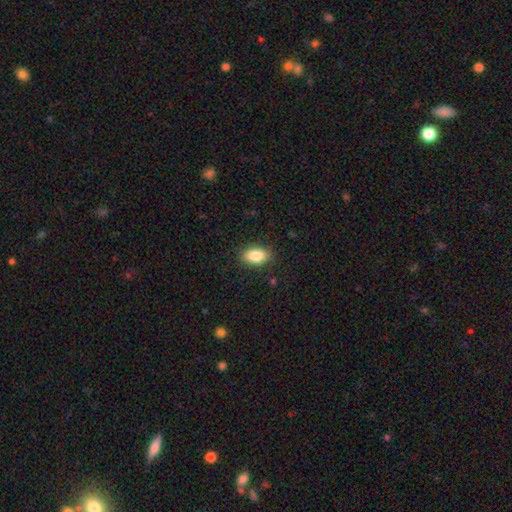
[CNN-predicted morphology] A smooth galaxy with no disk features (85%) that is in between round and cigar-shaped (88%).

Vote fractions:
- Smooth or featured? smooth: 85% / star or artifact: 8% / featured or disk: 8%
- How rounded? in between: 88% / round: 7% / cigar-shaped: 5%
- Merging? none: 85% / minor disturbance: 11% / major disturbance: 3% / merger: 1%